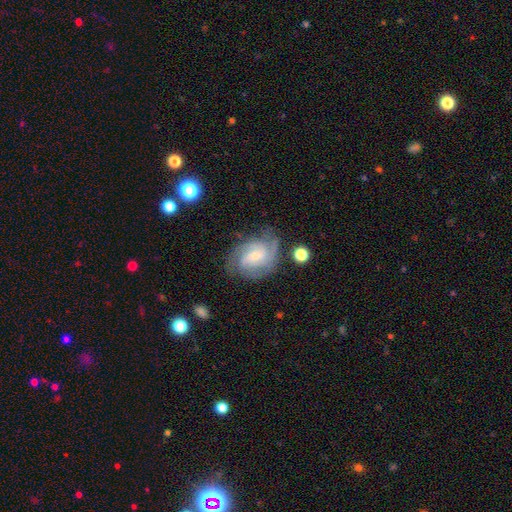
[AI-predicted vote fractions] Morphology: type=featured or disk (78%); edge-on=no (97%); bar=weak (47%); spiral arms=yes (94%); winding=tight (47%); arm count=3 (30%); bulge=small (66%); merging=none (65%).